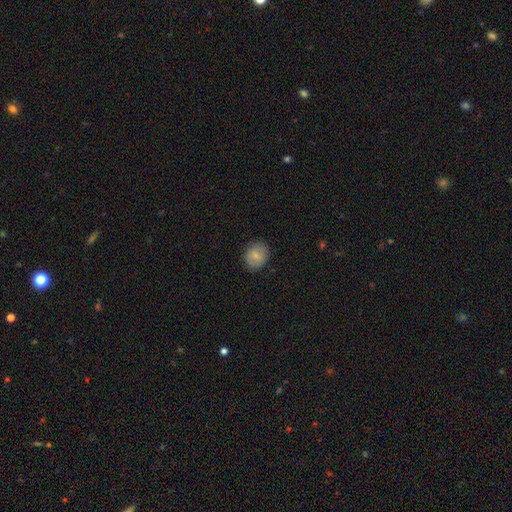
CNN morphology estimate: Q: Smooth or featured?
A: smooth (77%); runner-up: featured or disk (16%)
Q: How rounded?
A: round (71%); runner-up: in between (28%)
Q: Merging?
A: none (85%); runner-up: minor disturbance (11%)